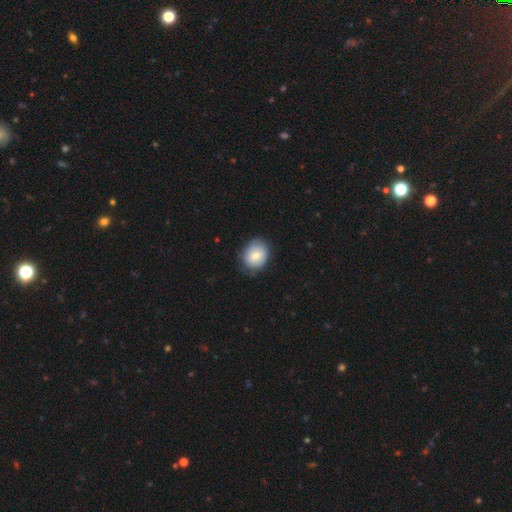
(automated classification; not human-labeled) This appears to be a smooth galaxy with no disk features (78%) that is round (54%). Merging: none (77%).